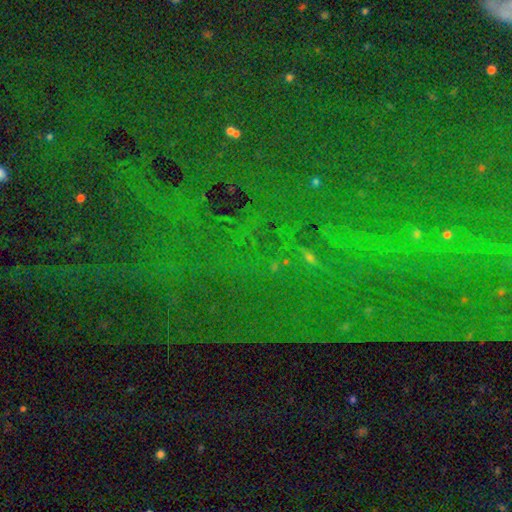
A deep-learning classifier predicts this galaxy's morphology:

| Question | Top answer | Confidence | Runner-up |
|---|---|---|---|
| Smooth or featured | star or artifact | 84% | smooth (9%) |